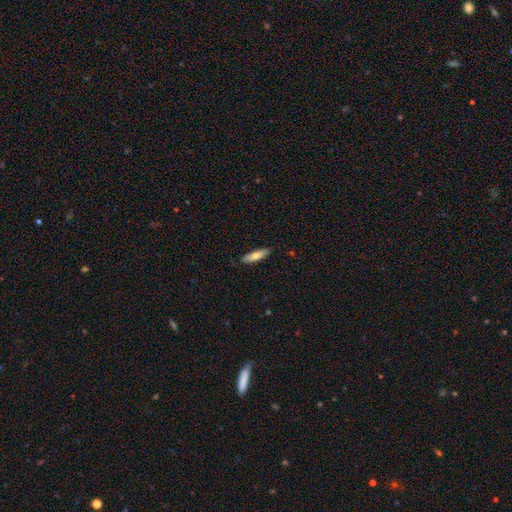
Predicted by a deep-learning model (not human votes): smooth-or-featured: smooth: 68% | featured or disk: 26% | star or artifact: 6%
  how-rounded: cigar-shaped: 66% | in between: 32% | round: 2%
  merging: none: 87% | minor disturbance: 10% | major disturbance: 2% | merger: 1%